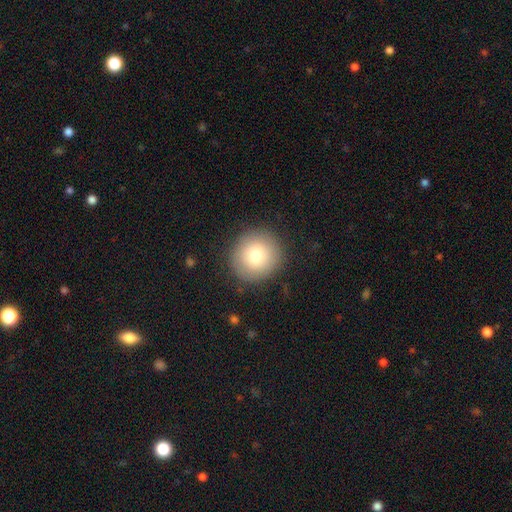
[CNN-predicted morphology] This appears to be a smooth galaxy with no disk features (78%) that is round (93%). Merging: none (89%).